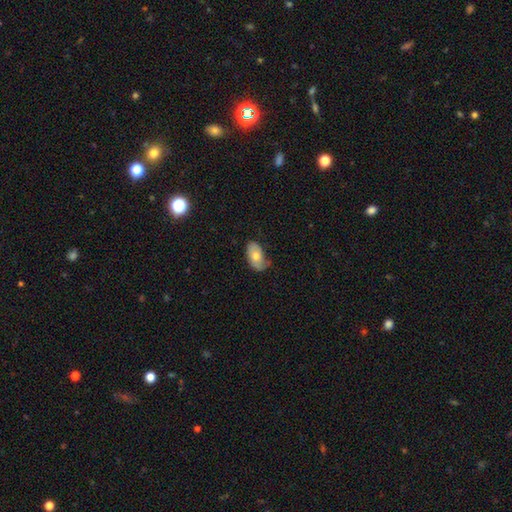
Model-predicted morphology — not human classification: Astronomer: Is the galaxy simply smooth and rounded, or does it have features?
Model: smooth — 62%.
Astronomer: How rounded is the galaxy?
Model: in between — 93%.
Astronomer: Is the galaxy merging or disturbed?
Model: none — 59%.